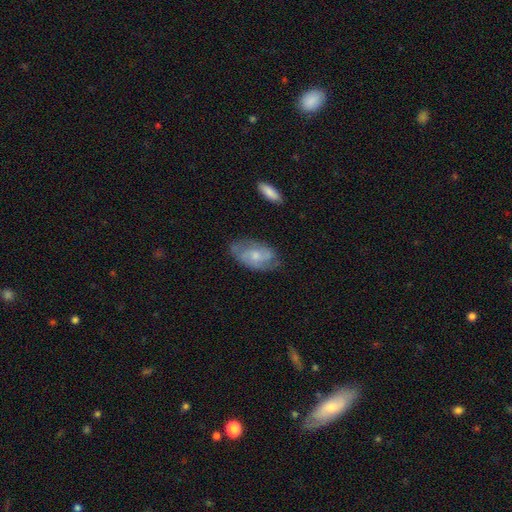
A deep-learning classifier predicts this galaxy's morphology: Smooth or featured? featured or disk (55%)
Edge-on disk? no (94%)
Bar? no (67%)
Spiral arms? yes (79%)
Bulge size? small (49%)
Merging? none (65%)